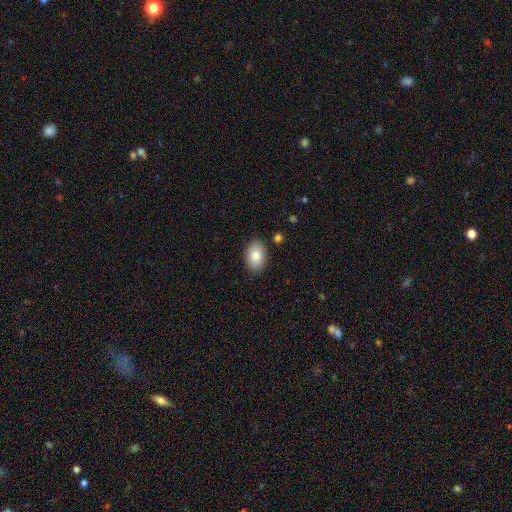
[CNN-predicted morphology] A smooth galaxy with no disk features (82%) that is in between round and cigar-shaped (85%). Merging: none (87%).